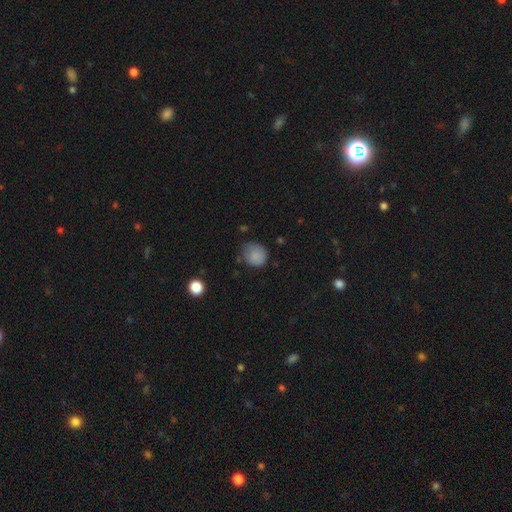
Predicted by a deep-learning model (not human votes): Morphology: type=smooth (84%); roundness=round (77%); merging=none (60%).